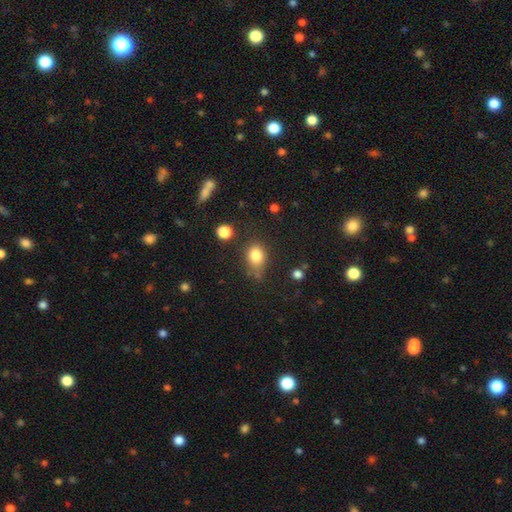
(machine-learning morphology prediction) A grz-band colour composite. It shows a smooth galaxy with no disk features (82%) that is in between round and cigar-shaped (59%). Merging: none (60%).